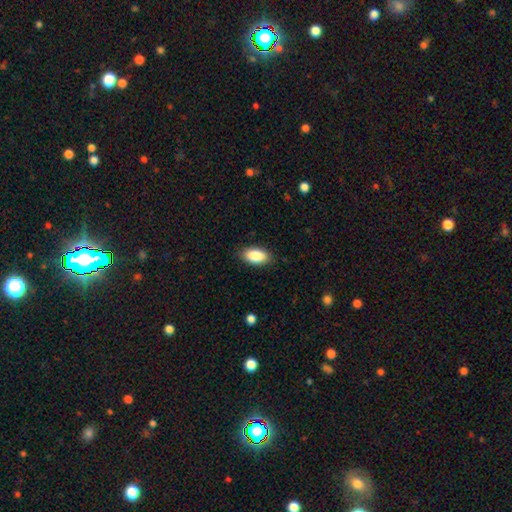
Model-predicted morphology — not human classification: Smooth or featured: smooth — 88% (star or artifact — 6%)
How rounded: in between — 93% (cigar-shaped — 4%)
Merging: none — 87% (minor disturbance — 10%)